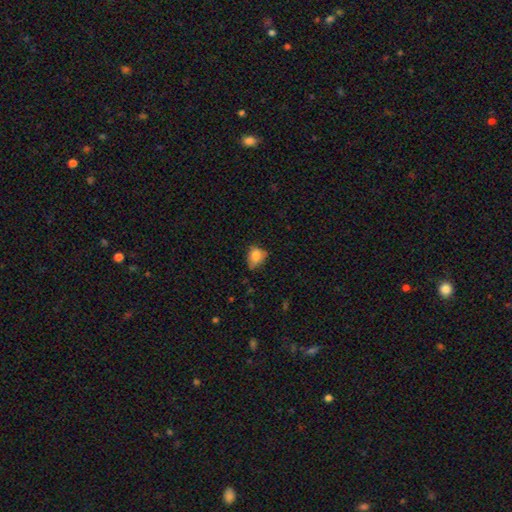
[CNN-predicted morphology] A smooth galaxy with no disk features (79%) that is in between round and cigar-shaped (59%). Merging: none (46%).